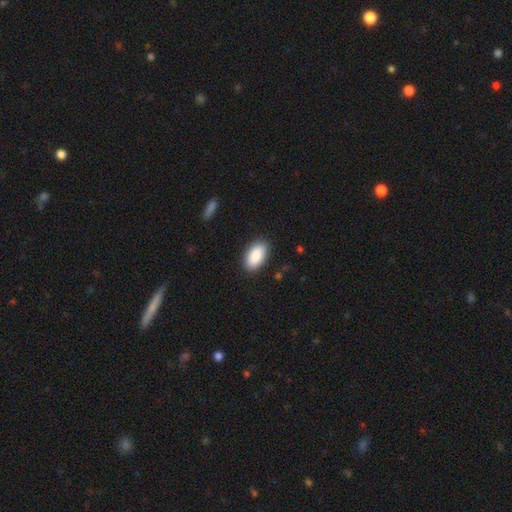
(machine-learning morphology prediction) A smooth galaxy with no disk features (90%) that is in between round and cigar-shaped (94%). Merging: none (87%).